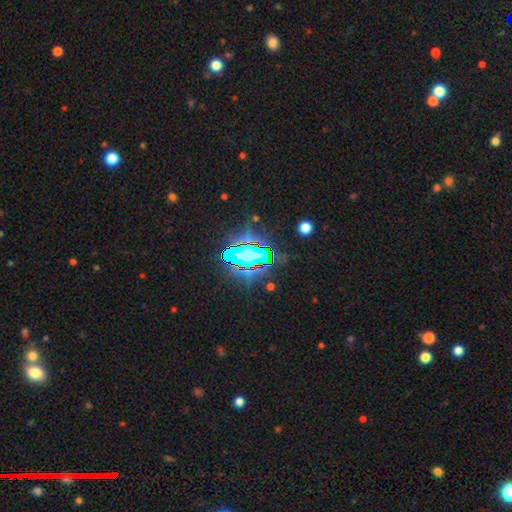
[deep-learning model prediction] This appears to be a star or artifact, not a galaxy (66%).